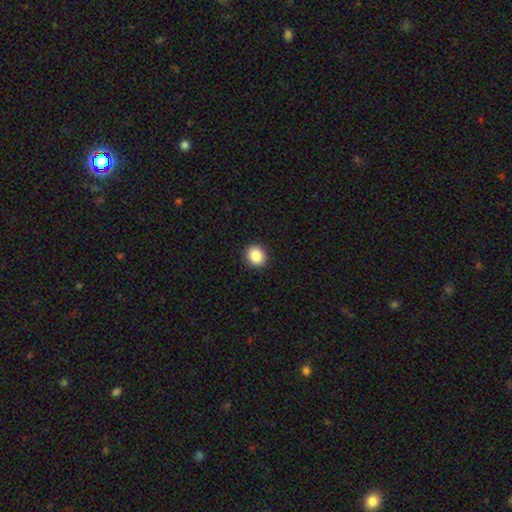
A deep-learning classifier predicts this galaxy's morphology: Smooth or featured: smooth — 86% (star or artifact — 9%)
How rounded: round — 74% (in between — 25%)
Merging: none — 92% (minor disturbance — 5%)